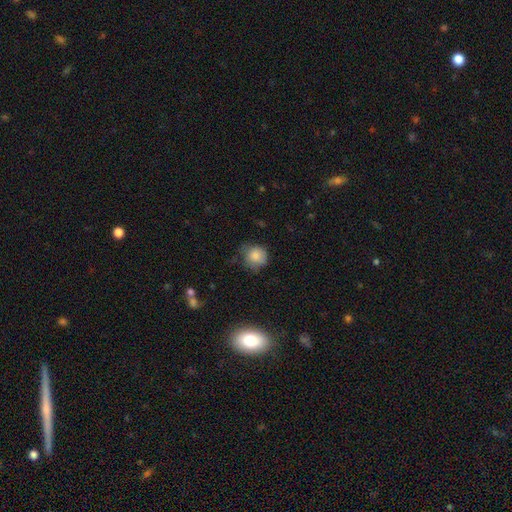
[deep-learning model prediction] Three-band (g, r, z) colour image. It shows a smooth galaxy with no disk features (82%) that is round (87%). Merging: none (59%).